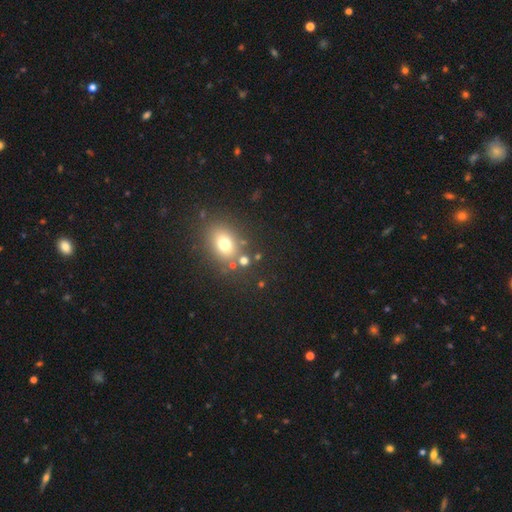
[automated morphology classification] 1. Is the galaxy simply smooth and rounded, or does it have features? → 59% smooth, 29% star or artifact, 12% featured or disk.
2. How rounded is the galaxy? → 50% in between, 48% round, 2% cigar-shaped.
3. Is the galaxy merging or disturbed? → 75% none, 11% merger, 10% minor disturbance, 4% major disturbance.